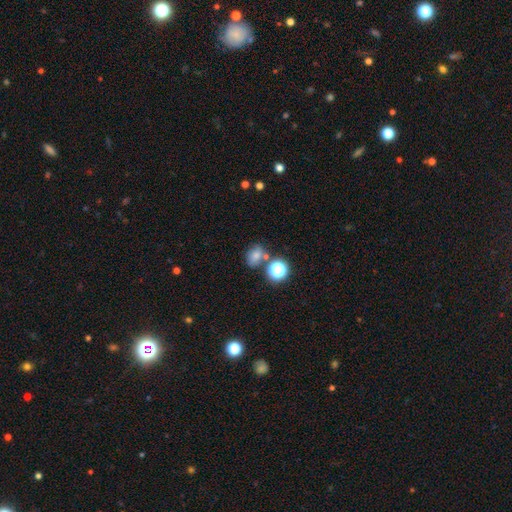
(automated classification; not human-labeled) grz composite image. It shows a smooth galaxy with no disk features (71%) that is in between round and cigar-shaped (55%). Merging: none (61%).